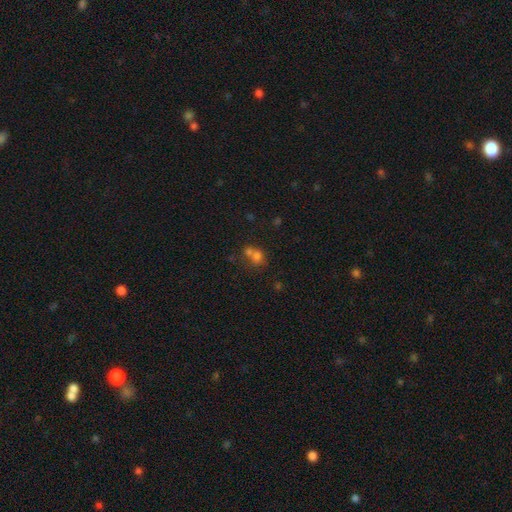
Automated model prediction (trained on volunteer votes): Smooth or featured? Predicted: smooth (p=0.69). How rounded? Predicted: round (p=0.69). Merging? Predicted: merger (p=0.55).